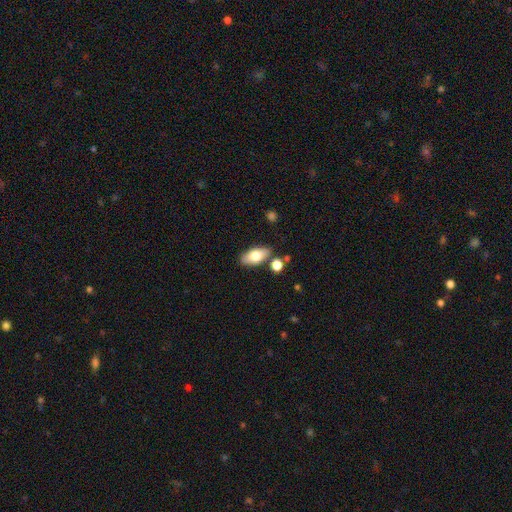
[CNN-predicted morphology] This is likely a smooth galaxy (74%). How rounded: clearly in between (89%). Merging: likely none (80%).